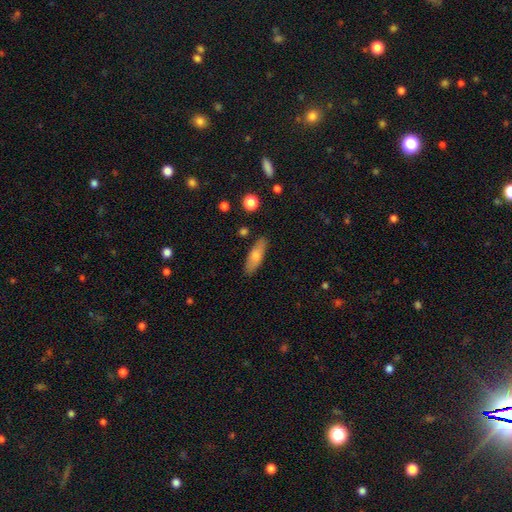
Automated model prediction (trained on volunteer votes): Smooth or featured?
  - smooth: 73% *
  - featured or disk: 20%
  - star or artifact: 6%
How rounded?
  - in between: 58% *
  - cigar-shaped: 40%
  - round: 2%
Merging?
  - none: 84% *
  - minor disturbance: 11%
  - major disturbance: 2%
  - merger: 2%